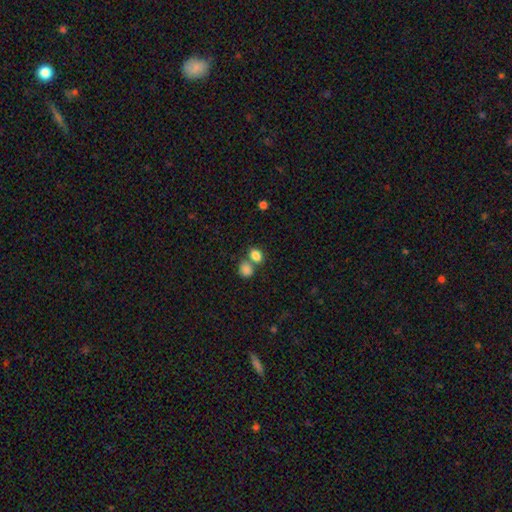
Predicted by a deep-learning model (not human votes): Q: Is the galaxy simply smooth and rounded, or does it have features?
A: smooth — 84%.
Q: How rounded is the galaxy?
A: in between — 61%.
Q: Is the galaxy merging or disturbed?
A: none — 45%.